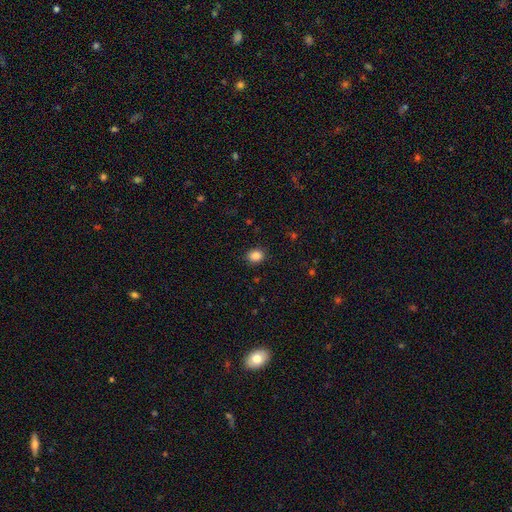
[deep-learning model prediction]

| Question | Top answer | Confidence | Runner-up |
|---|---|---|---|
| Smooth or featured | smooth | 86% | star or artifact (10%) |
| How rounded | round | 52% | in between (47%) |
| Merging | none | 89% | minor disturbance (8%) |